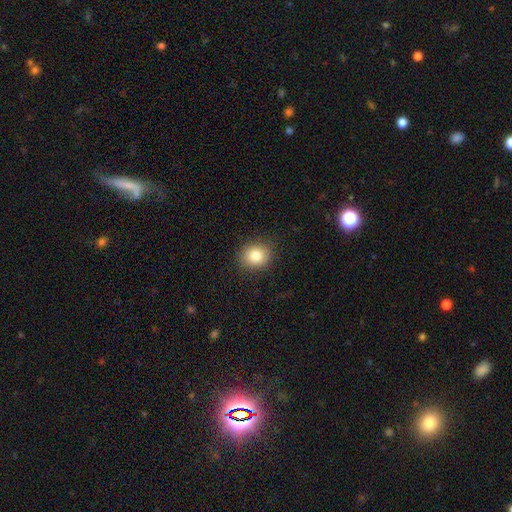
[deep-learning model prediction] Morphology: type=smooth (82%); roundness=round (69%); merging=none (88%).